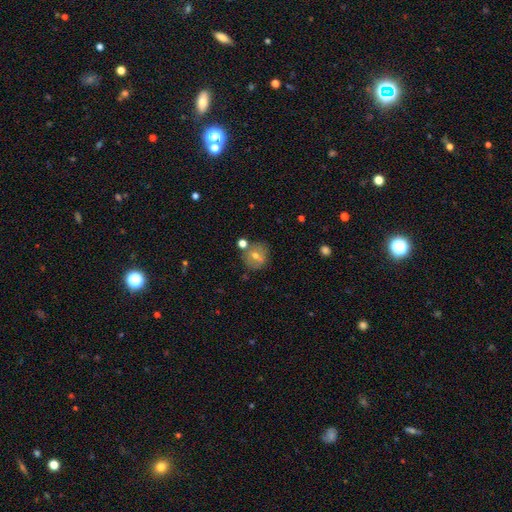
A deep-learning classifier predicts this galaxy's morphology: smooth 50%, featured or disk 35%, star or artifact 14%. Down the decision tree: how rounded — round (82%); merging — none (73%).